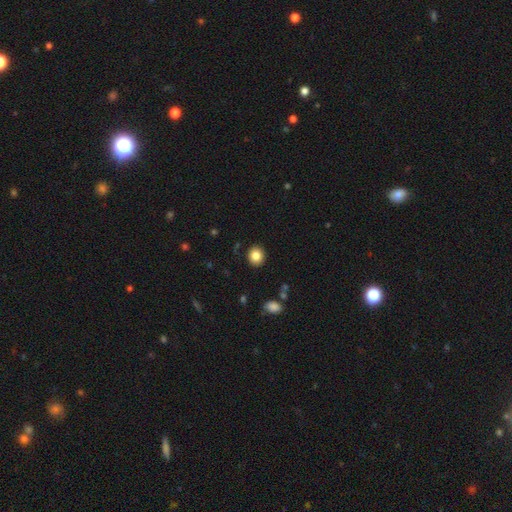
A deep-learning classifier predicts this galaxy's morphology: smooth_or_featured: smooth (p=0.84) [alt: star or artifact p=0.10]
how_rounded: round (p=0.75) [alt: in between p=0.24]
merging: none (p=0.90) [alt: minor disturbance p=0.07]